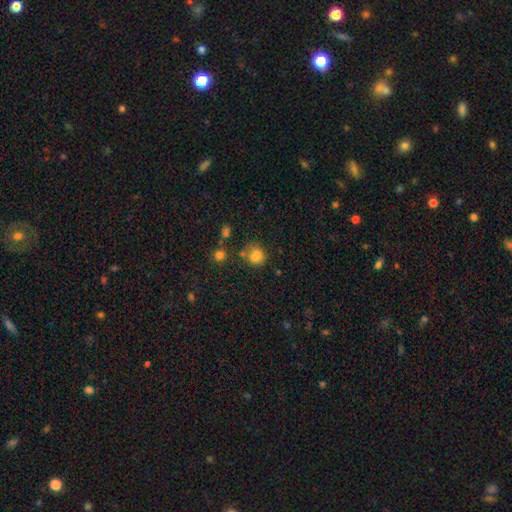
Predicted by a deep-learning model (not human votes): Smooth or featured?
  - smooth: 78% *
  - star or artifact: 13%
  - featured or disk: 9%
How rounded?
  - round: 67% *
  - in between: 32%
  - cigar-shaped: 1%
Merging?
  - none: 55% *
  - minor disturbance: 20%
  - merger: 17%
  - major disturbance: 8%